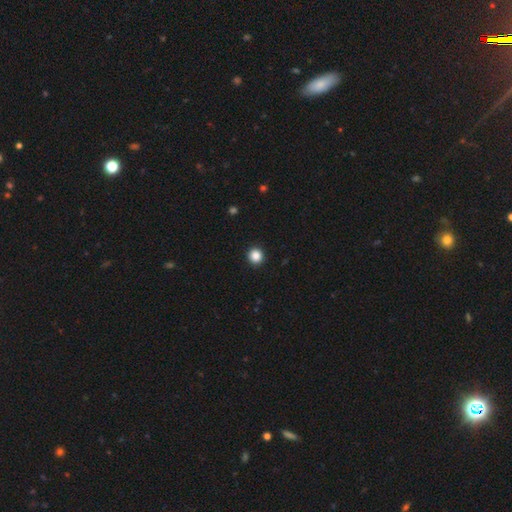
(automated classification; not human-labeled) A smooth galaxy with no disk features (87%) that is round (93%). Merging: none (93%).